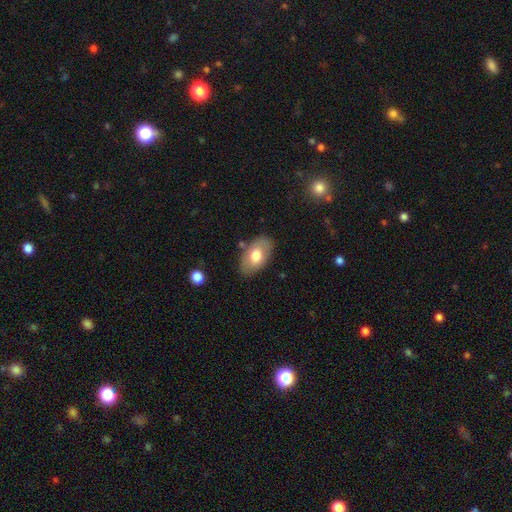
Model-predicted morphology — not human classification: Smooth or featured? smooth (70%)
How rounded? in between (93%)
Merging? none (79%)